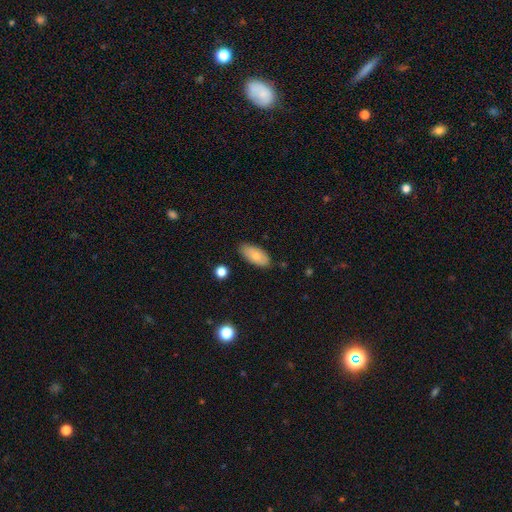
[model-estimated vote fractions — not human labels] This is likely a smooth galaxy (78%). How rounded: clearly in between (90%). Merging: clearly none (83%).